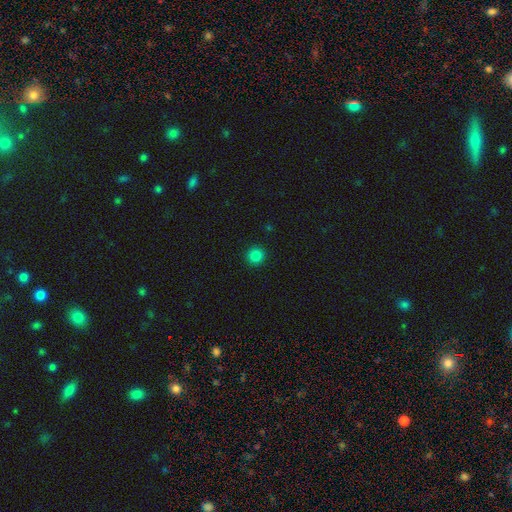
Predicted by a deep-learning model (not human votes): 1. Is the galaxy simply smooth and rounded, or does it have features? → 84% smooth, 13% star or artifact, 4% featured or disk.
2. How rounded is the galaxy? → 94% round, 5% in between, 1% cigar-shaped.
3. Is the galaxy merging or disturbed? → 93% none, 5% minor disturbance, 2% major disturbance, 1% merger.